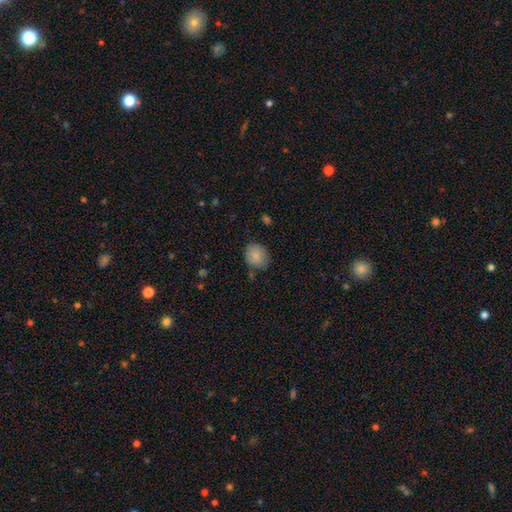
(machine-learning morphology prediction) Smooth or featured: smooth — 85% (star or artifact — 8%)
How rounded: round — 67% (in between — 32%)
Merging: none — 71% (minor disturbance — 21%)